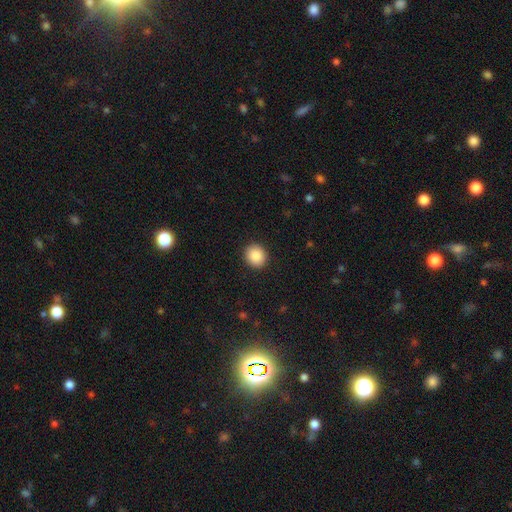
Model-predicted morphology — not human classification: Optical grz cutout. It shows a smooth galaxy with no disk features (88%) that is round (82%). Merging: none (91%).